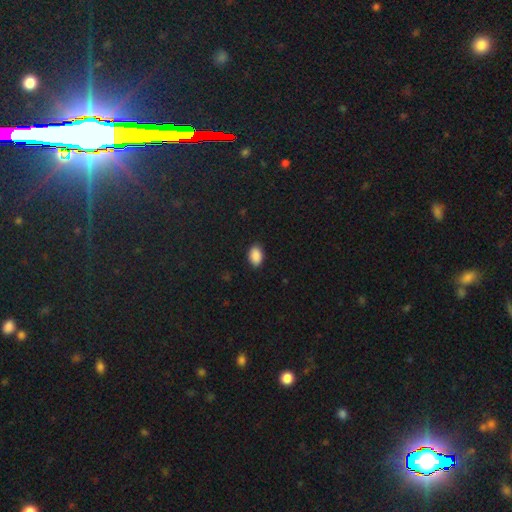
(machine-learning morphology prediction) This is clearly a smooth galaxy (90%). How rounded: clearly in between (86%). Merging: clearly none (89%).